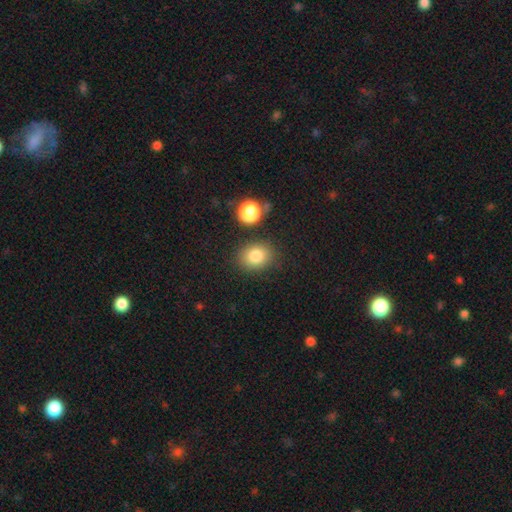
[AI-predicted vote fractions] Smooth or featured?
  - smooth: 83% *
  - star or artifact: 10%
  - featured or disk: 7%
How rounded?
  - round: 51% *
  - in between: 48%
  - cigar-shaped: 1%
Merging?
  - none: 82% *
  - minor disturbance: 10%
  - merger: 5%
  - major disturbance: 3%